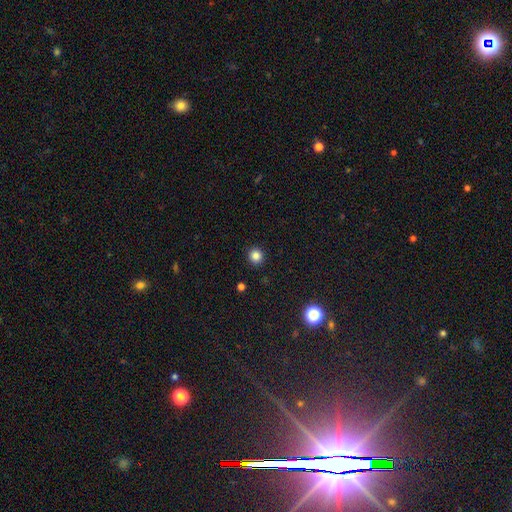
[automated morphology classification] Smooth or featured? smooth (84%)
How rounded? round (91%)
Merging? none (92%)